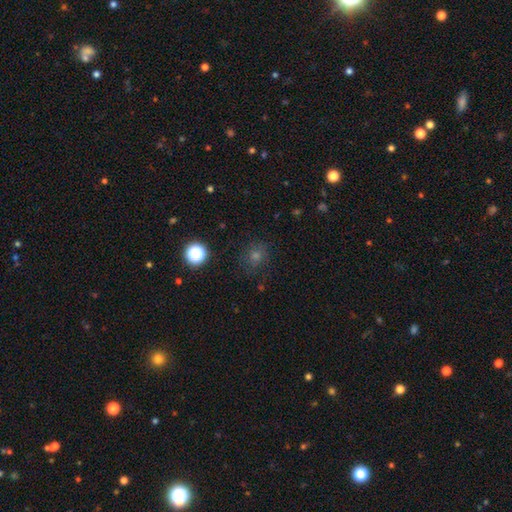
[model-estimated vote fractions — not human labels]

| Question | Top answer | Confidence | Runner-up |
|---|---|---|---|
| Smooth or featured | smooth | 57% | star or artifact (34%) |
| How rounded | round | 85% | in between (14%) |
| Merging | none | 85% | minor disturbance (10%) |